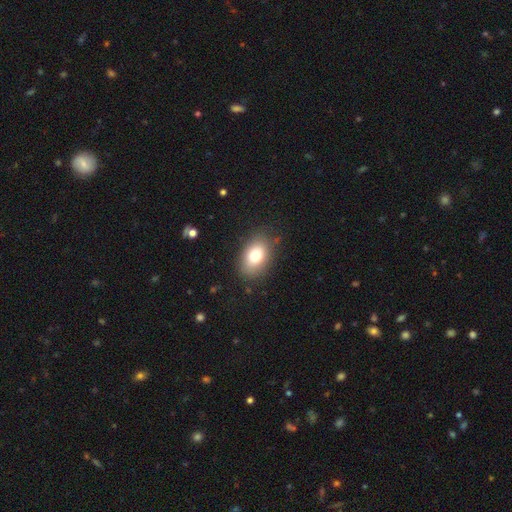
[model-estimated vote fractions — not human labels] Smooth or featured? Predicted: smooth (p=0.77). How rounded? Predicted: in between (p=0.83). Merging? Predicted: none (p=0.83).